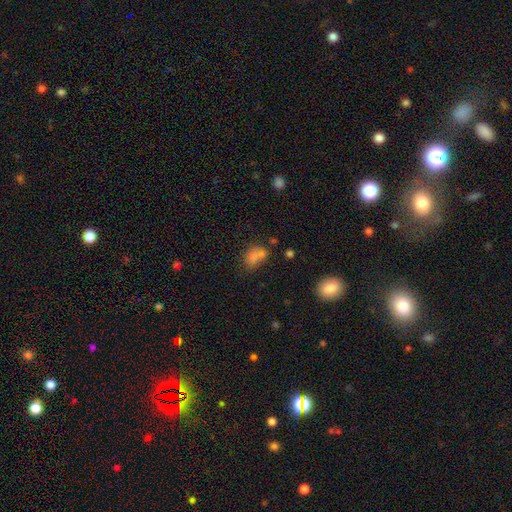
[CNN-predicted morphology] type=smooth (73%); roundness=in between (69%); merging=none (38%).